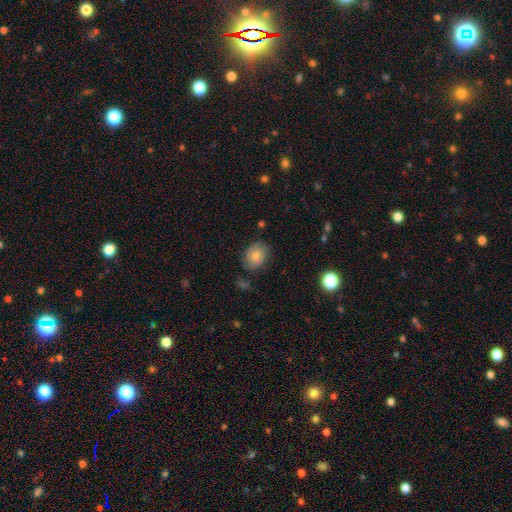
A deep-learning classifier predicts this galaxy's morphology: Smooth or featured? Predicted: smooth (p=0.61). How rounded? Predicted: in between (p=0.56). Merging? Predicted: none (p=0.73).